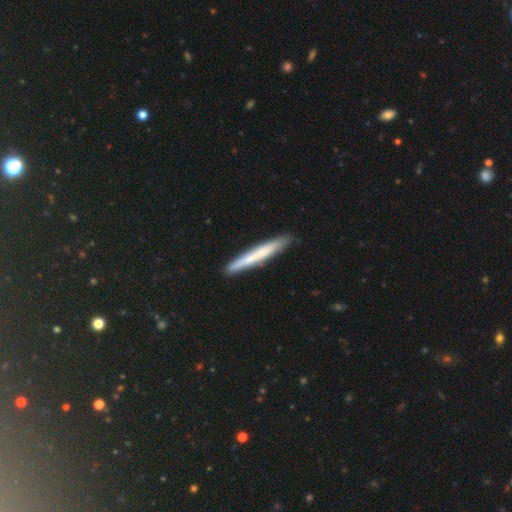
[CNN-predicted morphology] A smooth galaxy with no disk features (62%) that is cigar-shaped (96%).

Vote fractions:
- Smooth or featured? smooth: 62% / featured or disk: 33% / star or artifact: 5%
- How rounded? cigar-shaped: 96% / in between: 2% / round: 1%
- Merging? none: 88% / minor disturbance: 9% / major disturbance: 2% / merger: 1%